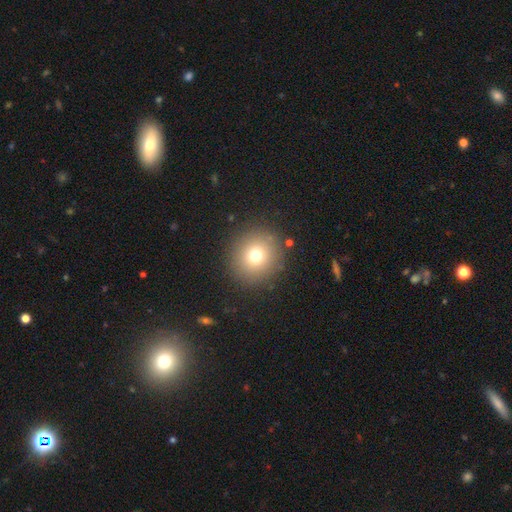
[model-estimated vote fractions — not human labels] This is likely a smooth galaxy (72%). How rounded: clearly round (92%). Merging: clearly none (89%).